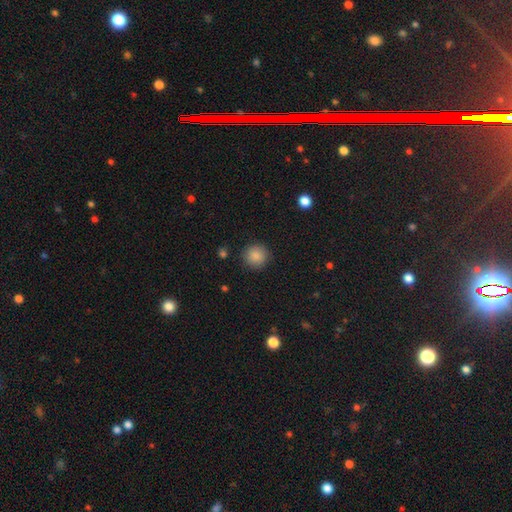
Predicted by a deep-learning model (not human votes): smooth 87%, star or artifact 9%, featured or disk 4%. Down the decision tree: how rounded — round (93%); merging — none (90%).